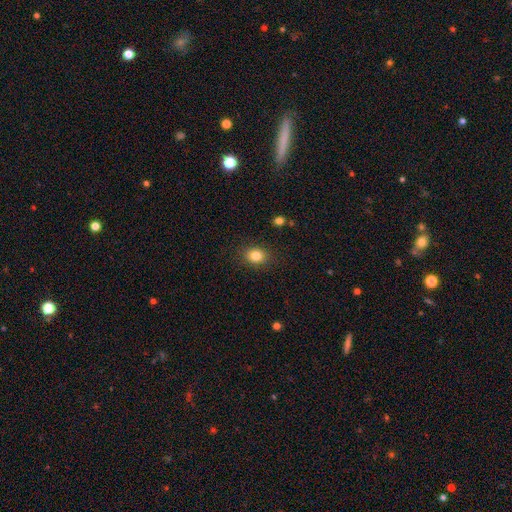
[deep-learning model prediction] A smooth galaxy with no disk features (83%) that is round (56%). Merging: none (87%).